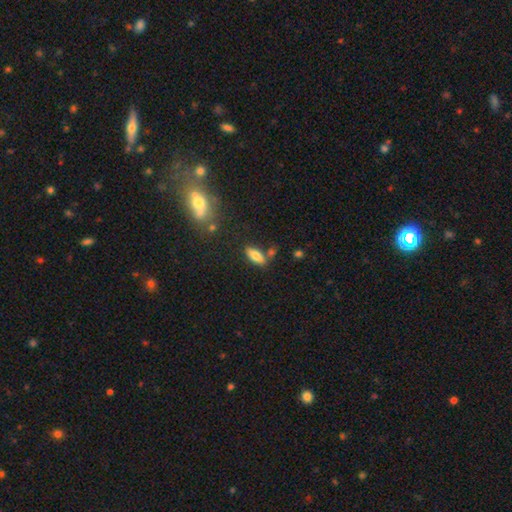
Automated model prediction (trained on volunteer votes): Smooth or featured?
  - smooth: 77% *
  - featured or disk: 15%
  - star or artifact: 8%
How rounded?
  - in between: 69% *
  - cigar-shaped: 29%
  - round: 3%
Merging?
  - none: 73% *
  - minor disturbance: 14%
  - merger: 9%
  - major disturbance: 4%